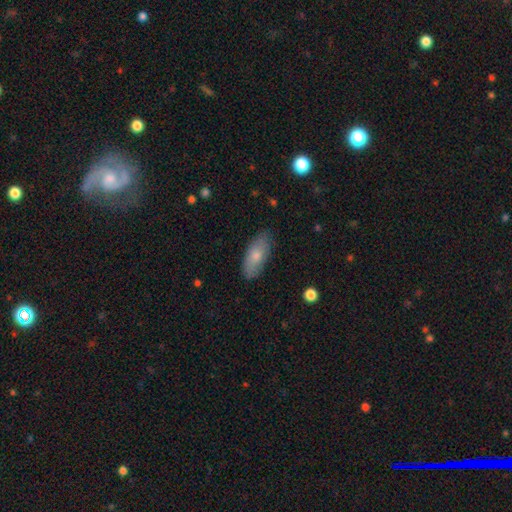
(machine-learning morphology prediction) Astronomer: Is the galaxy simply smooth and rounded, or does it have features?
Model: smooth — 73%.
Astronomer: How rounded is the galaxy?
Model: in between — 83%.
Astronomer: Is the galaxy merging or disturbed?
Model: none — 81%.